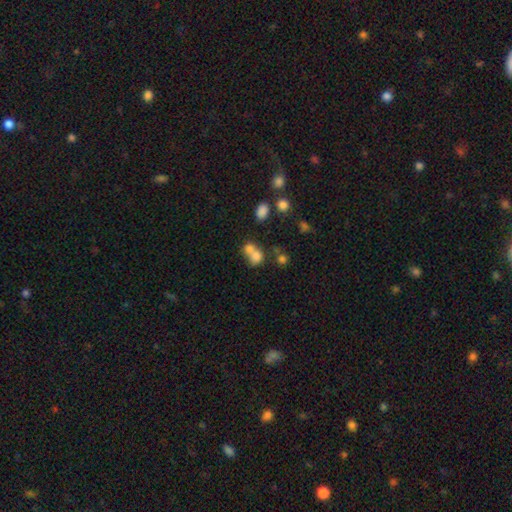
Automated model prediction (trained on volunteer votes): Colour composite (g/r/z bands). It shows a smooth galaxy with no disk features (72%) that is round (63%). Merging: merger (61%).